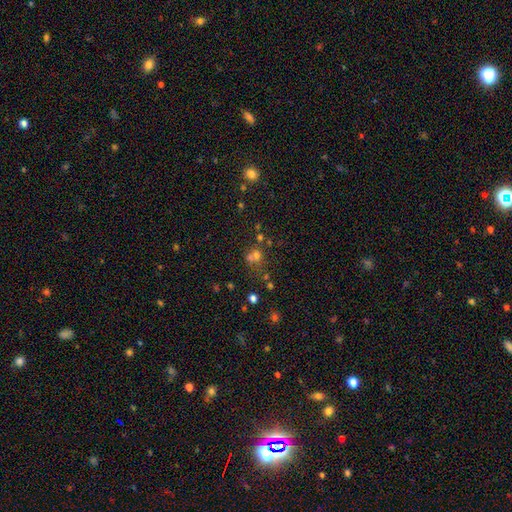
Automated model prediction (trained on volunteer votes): Q: Smooth or featured?
A: smooth (59%); runner-up: star or artifact (26%)
Q: How rounded?
A: round (83%); runner-up: in between (16%)
Q: Merging?
A: none (46%); runner-up: merger (41%)